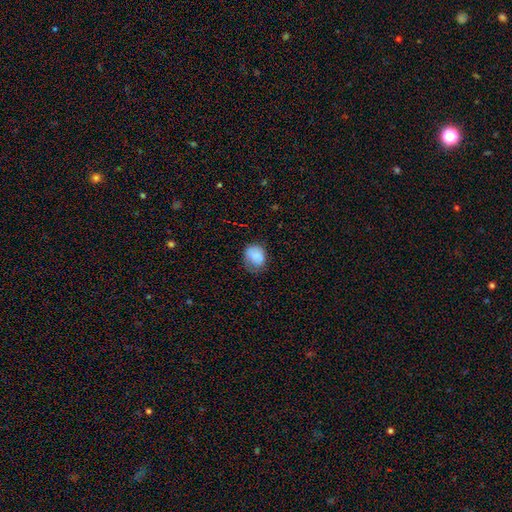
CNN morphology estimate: type=smooth (83%); roundness=round (54%); merging=none (53%).